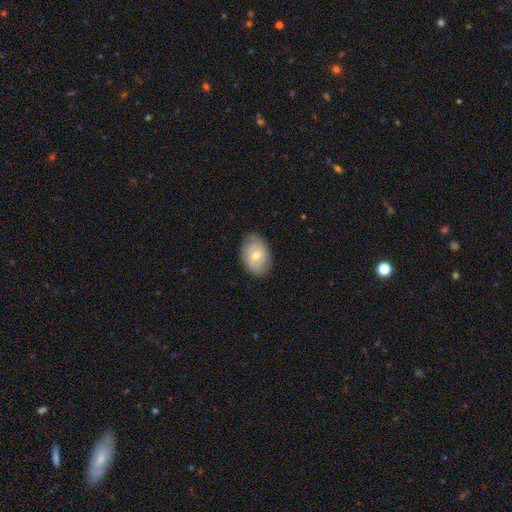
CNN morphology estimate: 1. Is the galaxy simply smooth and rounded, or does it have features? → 49% featured or disk, 43% smooth, 8% star or artifact.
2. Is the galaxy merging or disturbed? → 81% none, 15% minor disturbance, 3% major disturbance, 1% merger.